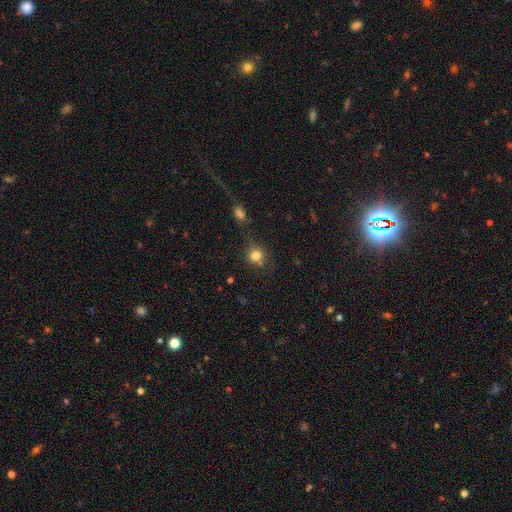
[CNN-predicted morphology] The model was most divided on "merging": none: 63%, minor disturbance: 18%, merger: 12%, major disturbance: 7%. More confident: how rounded — round (84%); smooth or featured — smooth (78%).